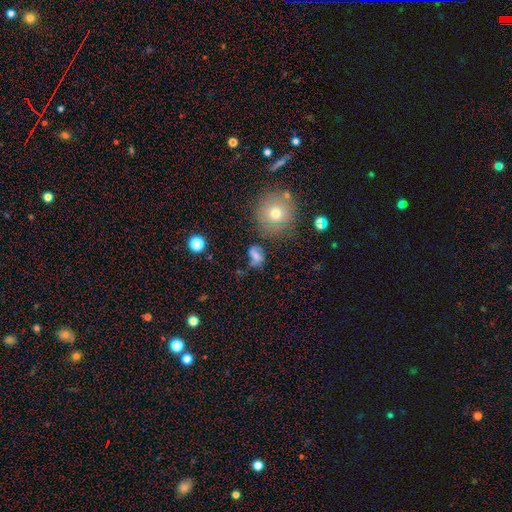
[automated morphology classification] type=smooth (53%); roundness=in between (68%); merging=none (48%).